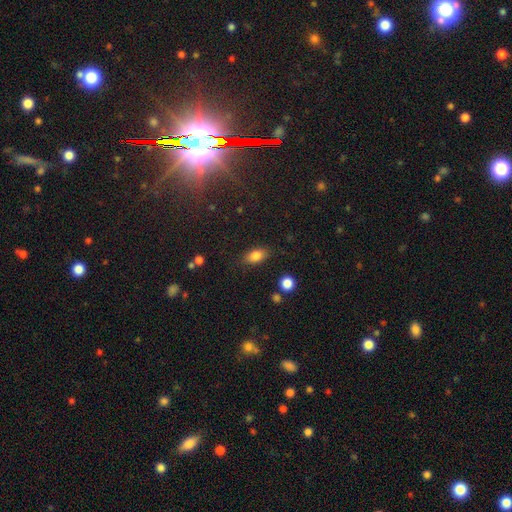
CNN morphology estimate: Smooth or featured: smooth — 82% (star or artifact — 9%)
How rounded: in between — 87% (round — 9%)
Merging: none — 82% (minor disturbance — 12%)